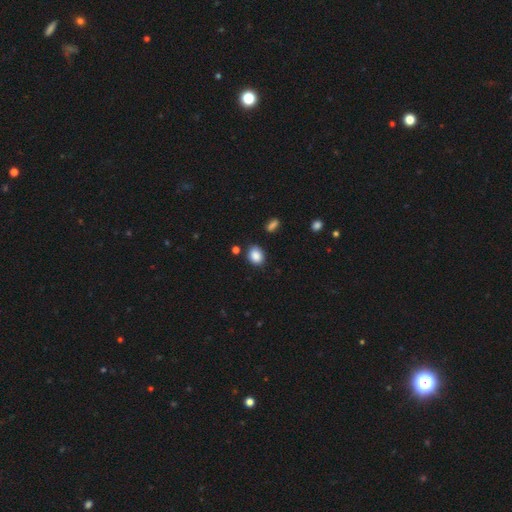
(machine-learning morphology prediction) Q: Smooth or featured?
A: smooth (87%); runner-up: star or artifact (9%)
Q: How rounded?
A: in between (53%); runner-up: round (46%)
Q: Merging?
A: none (82%); runner-up: minor disturbance (12%)